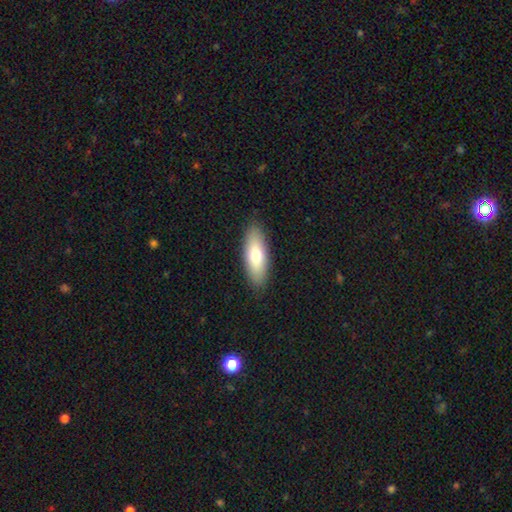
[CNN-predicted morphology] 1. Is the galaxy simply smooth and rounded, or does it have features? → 73% smooth, 20% featured or disk, 6% star or artifact.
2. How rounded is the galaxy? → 71% in between, 27% cigar-shaped, 2% round.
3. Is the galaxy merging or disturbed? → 88% none, 9% minor disturbance, 2% major disturbance, 1% merger.